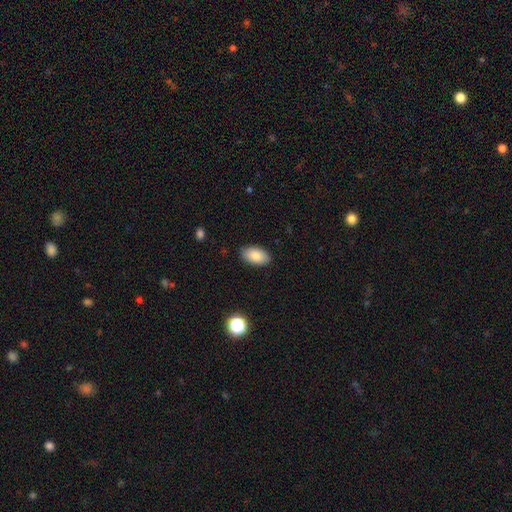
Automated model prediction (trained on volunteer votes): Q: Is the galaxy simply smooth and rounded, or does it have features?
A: smooth — 85%.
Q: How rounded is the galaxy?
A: in between — 94%.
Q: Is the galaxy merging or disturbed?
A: none — 87%.